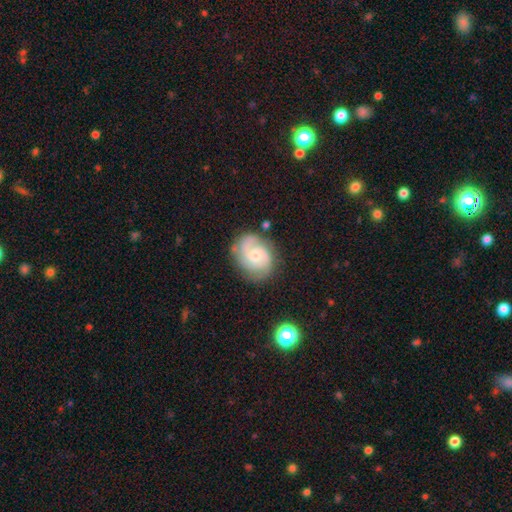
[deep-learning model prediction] The model was most divided on "bulge size": moderate: 48%, small: 46%, large: 3%, none: 2%, dominant: 1%. Remaining: edge-on disk — no (98%); spiral arms — yes (95%); smooth or featured — featured or disk (78%); merging — none (73%); spiral arm count — 2 (69%); bar — no (61%); spiral winding — medium (47%).